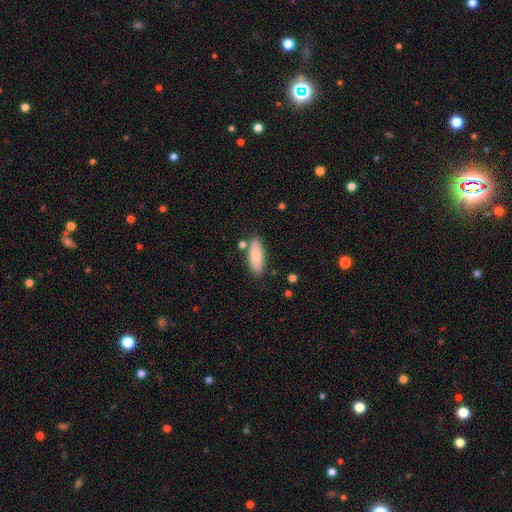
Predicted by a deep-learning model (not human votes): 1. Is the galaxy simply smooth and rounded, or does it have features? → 79% smooth, 15% featured or disk, 6% star or artifact.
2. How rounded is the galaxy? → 77% in between, 21% cigar-shaped, 2% round.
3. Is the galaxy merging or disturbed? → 78% none, 13% minor disturbance, 6% merger, 3% major disturbance.